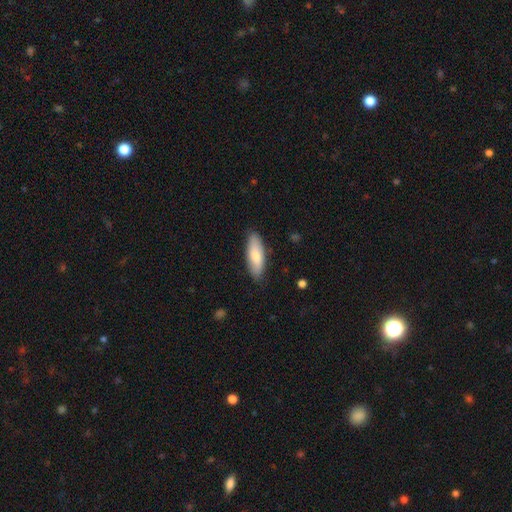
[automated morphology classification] Q: Smooth or featured?
A: smooth (74%); runner-up: featured or disk (21%)
Q: How rounded?
A: in between (66%); runner-up: cigar-shaped (32%)
Q: Merging?
A: none (85%); runner-up: minor disturbance (12%)